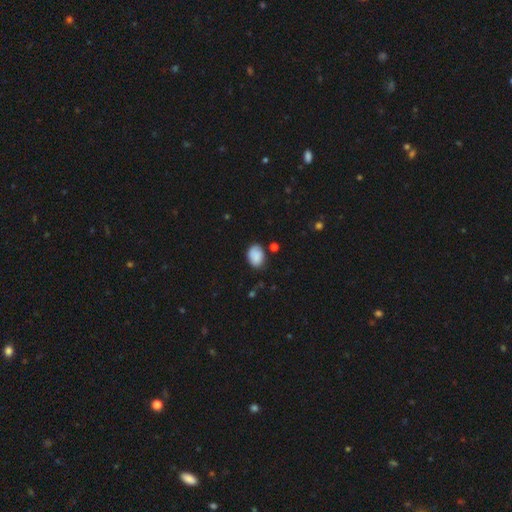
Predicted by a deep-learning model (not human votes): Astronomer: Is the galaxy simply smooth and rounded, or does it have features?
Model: smooth — 86%.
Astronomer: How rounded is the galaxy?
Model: in between — 72%.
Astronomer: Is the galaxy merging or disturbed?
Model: none — 70%.